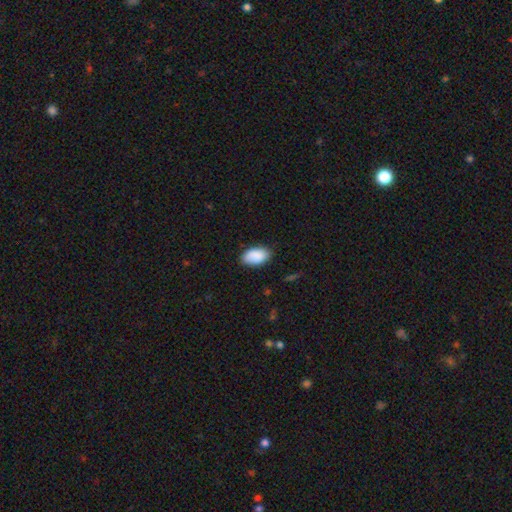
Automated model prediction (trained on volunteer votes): Smooth or featured: smooth — 90% (star or artifact — 6%)
How rounded: in between — 94% (round — 4%)
Merging: none — 81% (minor disturbance — 15%)